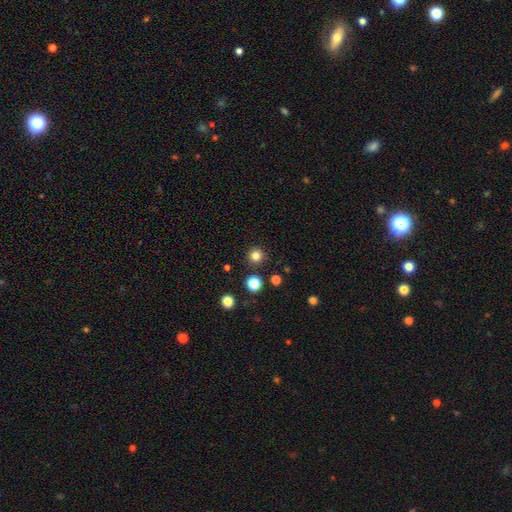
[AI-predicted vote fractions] A smooth galaxy with no disk features (82%) that is round (95%). Merging: none (91%).